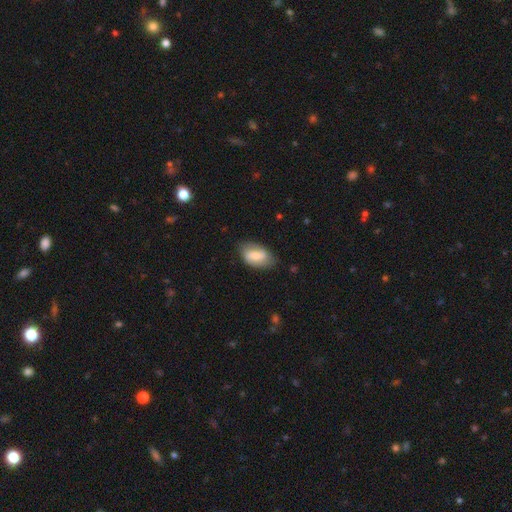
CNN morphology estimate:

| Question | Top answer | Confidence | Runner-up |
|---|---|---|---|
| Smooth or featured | smooth | 52% | featured or disk (41%) |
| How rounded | in between | 91% | round (7%) |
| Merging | none | 75% | minor disturbance (19%) |